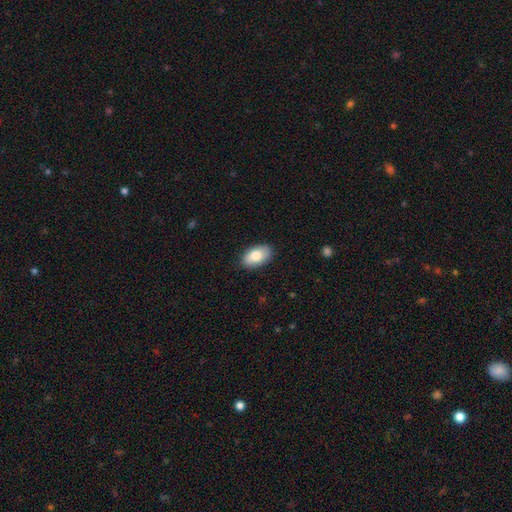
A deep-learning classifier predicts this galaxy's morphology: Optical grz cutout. It shows a smooth galaxy with no disk features (81%) that is in between round and cigar-shaped (93%). Merging: none (87%).